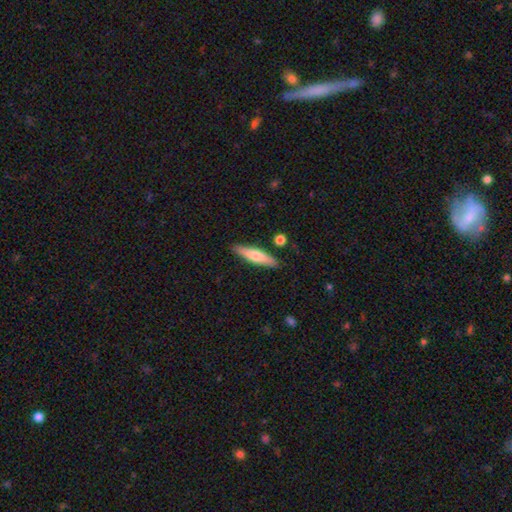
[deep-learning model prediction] The model was most divided on "smooth or featured": smooth: 61%, featured or disk: 34%, star or artifact: 6%. More confident: merging — none (86%); how rounded — cigar-shaped (78%).